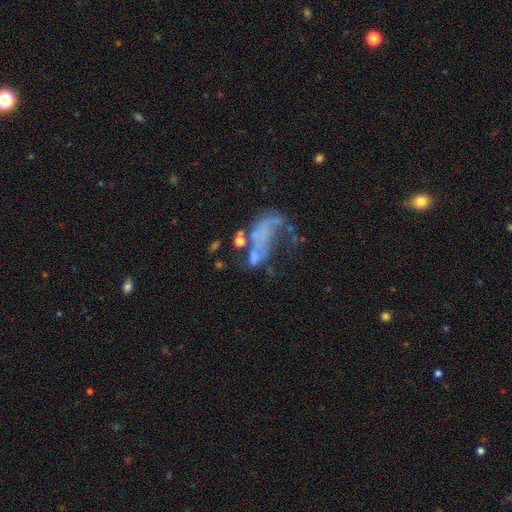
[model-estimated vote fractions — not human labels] Overall: featured or disk (58%; smooth 27%). Edge-on disk: no (96%). Bar: no (86%). Spiral arms: no (77%). Bulge size: none (80%). Merging: major disturbance (44%; merger 22%).